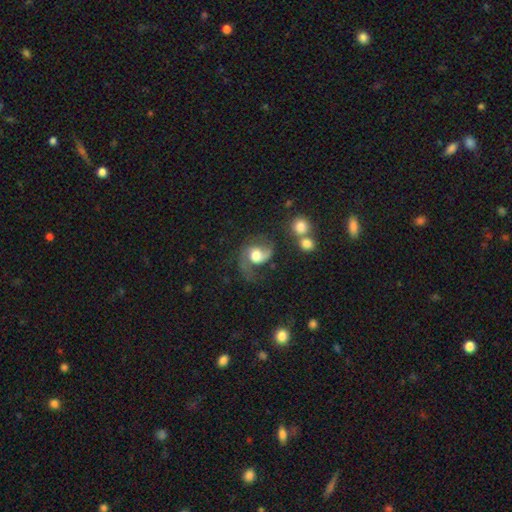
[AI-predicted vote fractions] A featured or disk galaxy (71%) with no bar (62%), 2 (73%) loose (49%) spiral arms (93%) and a moderate central bulge (46%). Merging: none (46%).